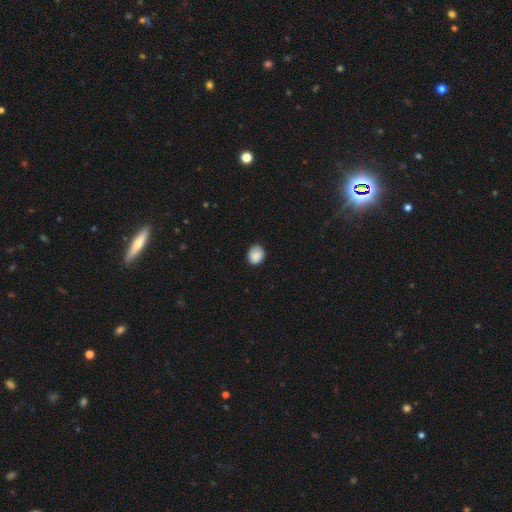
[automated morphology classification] Smooth or featured? smooth (88%)
How rounded? round (65%)
Merging? none (82%)